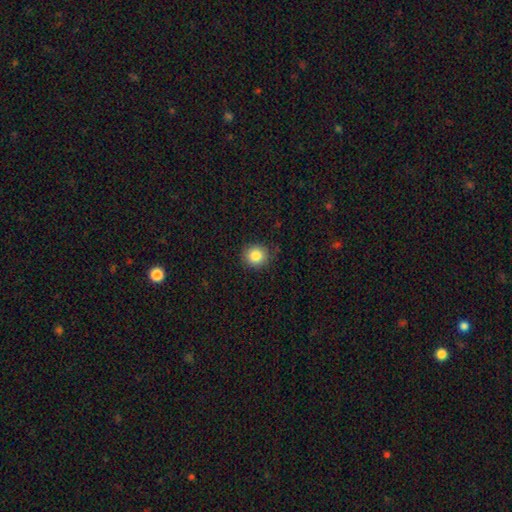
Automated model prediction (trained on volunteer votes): Morphology: type=smooth (85%); roundness=round (88%); merging=none (86%).